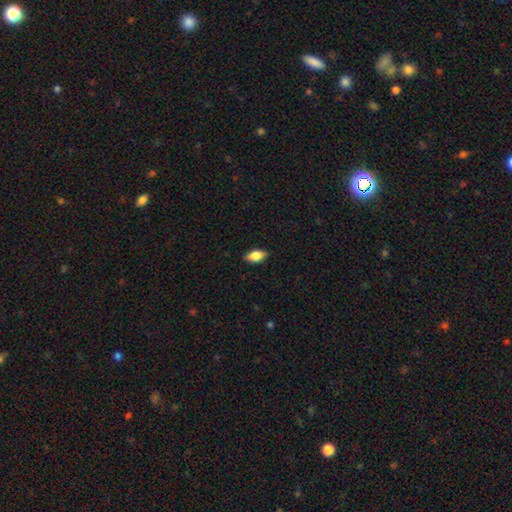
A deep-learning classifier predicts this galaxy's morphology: This is clearly a smooth galaxy (81%). How rounded: clearly in between (90%). Merging: clearly none (87%).